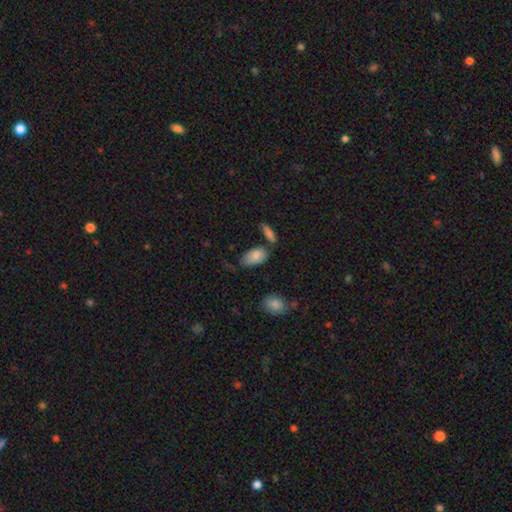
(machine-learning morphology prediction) Smooth or featured? Predicted: smooth (p=0.83). How rounded? Predicted: in between (p=0.93). Merging? Predicted: none (p=0.58).